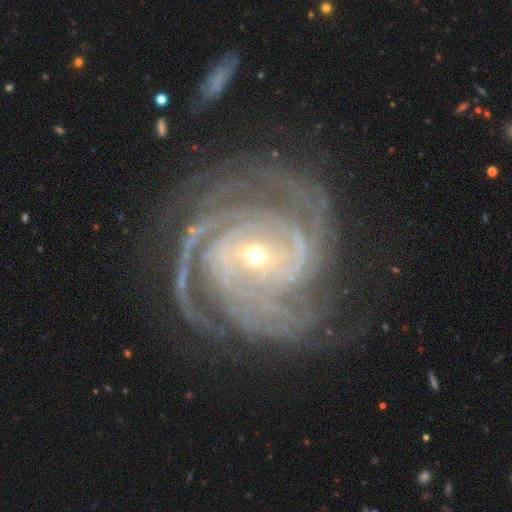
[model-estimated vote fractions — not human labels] A featured or disk galaxy (92%) with no bar (44%), 4 (27%) tight (74%) spiral arms (98%) and a small central bulge (66%).

Vote fractions:
- Smooth or featured? featured or disk: 92% / star or artifact: 5% / smooth: 3%
- Edge-on disk? no: 97% / yes: 3%
- Bar? no: 44% / weak: 34% / strong: 22%
- Spiral arms? yes: 98% / no: 2%
- Spiral winding? tight: 74% / medium: 23% / loose: 3%
- Spiral arm count? 4: 27% / 3: 25% / can't tell: 15% / 2: 14% / more than 4: 11% / 1: 7%
- Bulge size? small: 66% / moderate: 30% / large: 2% / none: 1% / dominant: 1%
- Merging? none: 74% / minor disturbance: 16% / major disturbance: 9% / merger: 2%